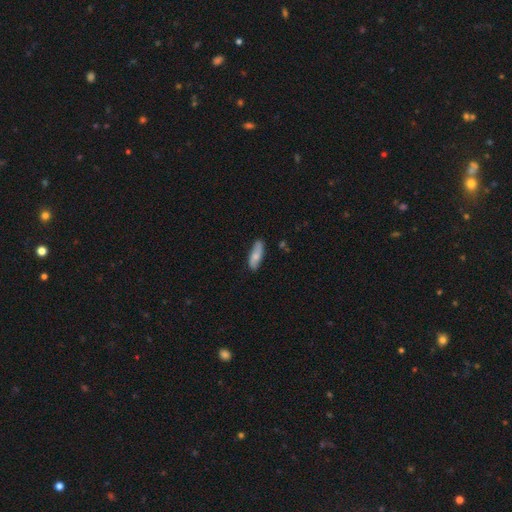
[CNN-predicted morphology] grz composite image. It shows a smooth galaxy with no disk features (58%) that is in between round and cigar-shaped (57%). Merging: none (80%).